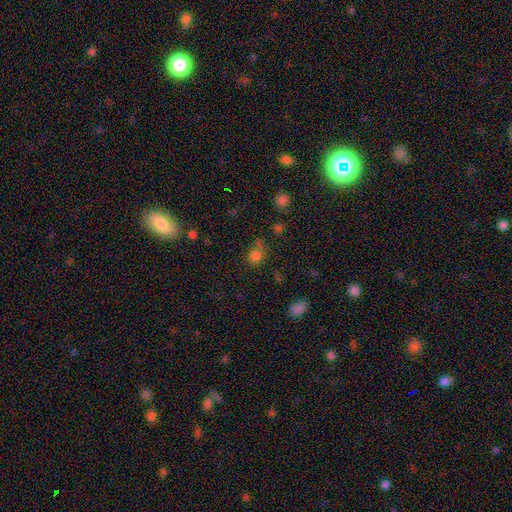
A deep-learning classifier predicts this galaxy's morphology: The model was most divided on "how rounded": round: 62%, in between: 37%, cigar-shaped: 2%. More confident: smooth or featured — smooth (74%); merging — none (55%).